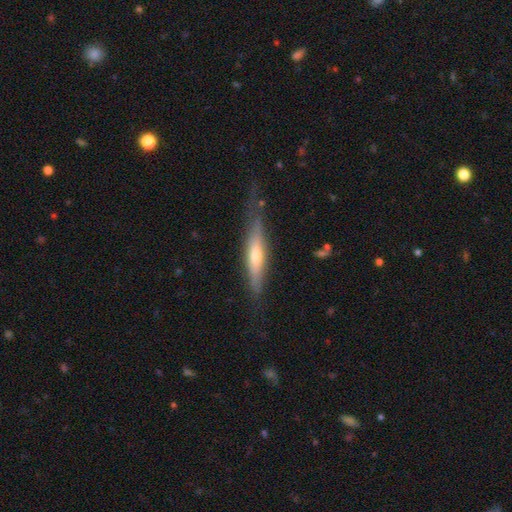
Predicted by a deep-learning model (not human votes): Smooth or featured? Predicted: featured or disk (p=0.63). Edge-on disk? Predicted: yes (p=0.90). Edge-on bulge? Predicted: rounded (p=0.75). Merging? Predicted: none (p=0.69).